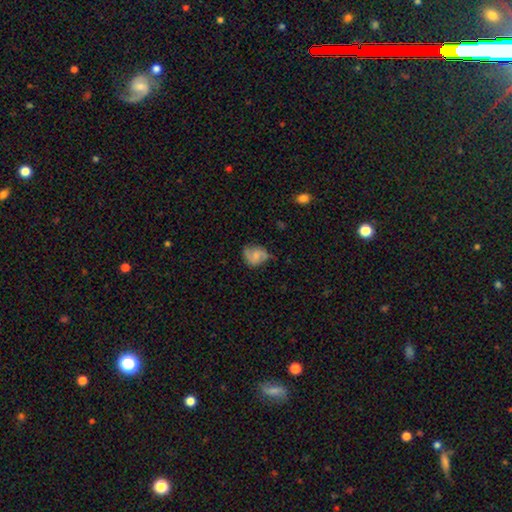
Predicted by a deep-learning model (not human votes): featured or disk 46% (tied), smooth 46% (tied), star or artifact 8%. Down the decision tree: merging — none (58%).